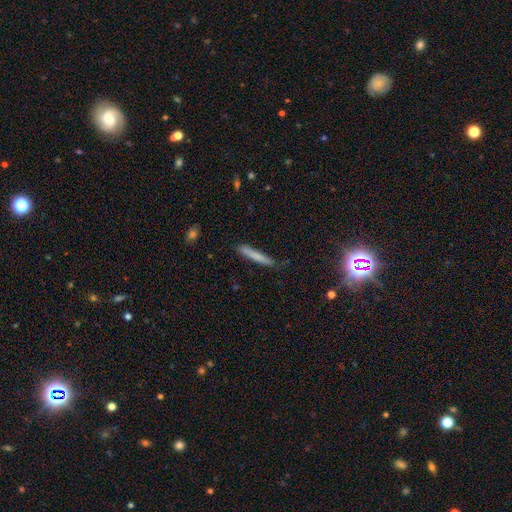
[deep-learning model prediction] A smooth galaxy with no disk features (73%) that is cigar-shaped (95%). Merging: none (84%).